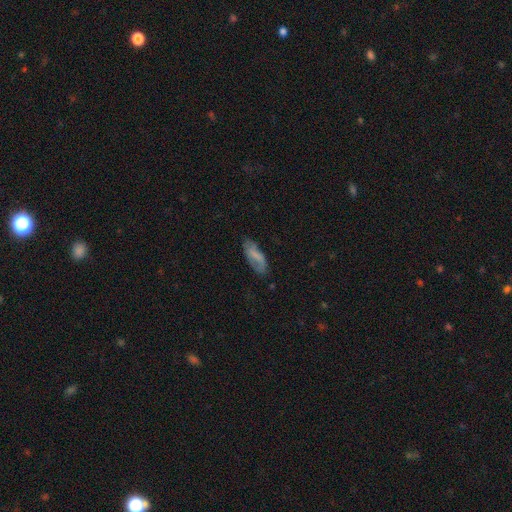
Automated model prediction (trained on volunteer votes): This is possibly a smooth galaxy (60%). How rounded: likely in between (76%). Merging: likely none (63%).